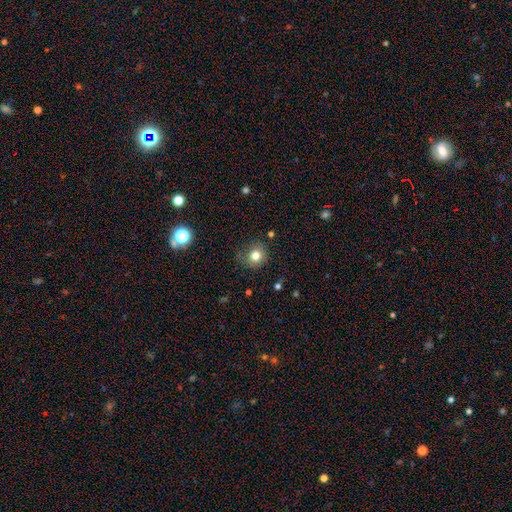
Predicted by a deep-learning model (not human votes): Smooth or featured? smooth (78%)
How rounded? round (84%)
Merging? none (75%)